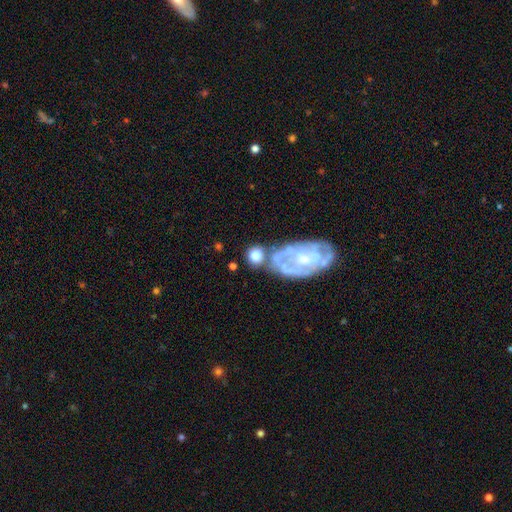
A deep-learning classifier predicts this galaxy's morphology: type=smooth (65%); roundness=round (75%); merging=none (54%).